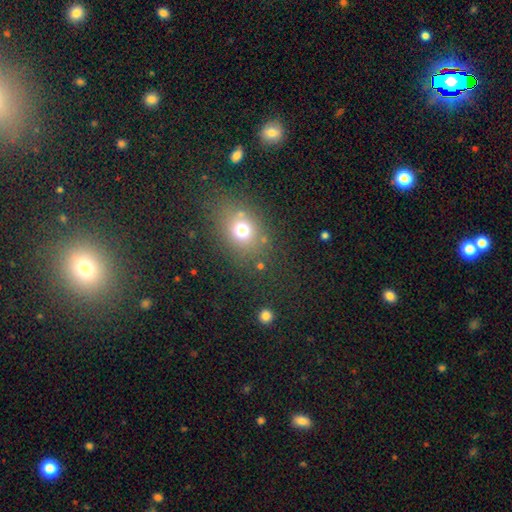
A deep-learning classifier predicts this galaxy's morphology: Smooth or featured: smooth — 61% (star or artifact — 29%)
How rounded: in between — 52% (round — 46%)
Merging: none — 82% (minor disturbance — 10%)